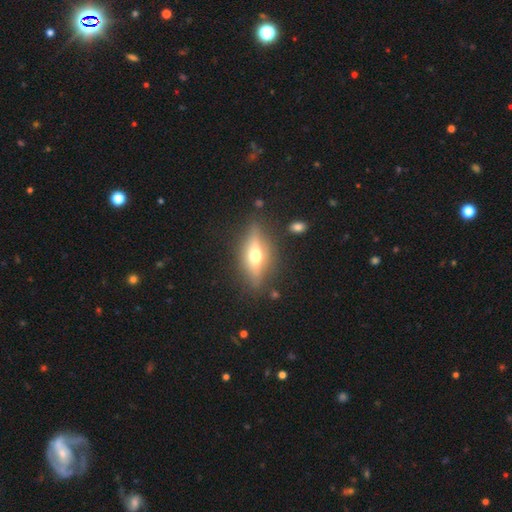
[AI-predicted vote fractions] featured or disk 53%, smooth 38%, star or artifact 9%. Down the decision tree: edge-on disk — yes (83%); merging — none (78%).